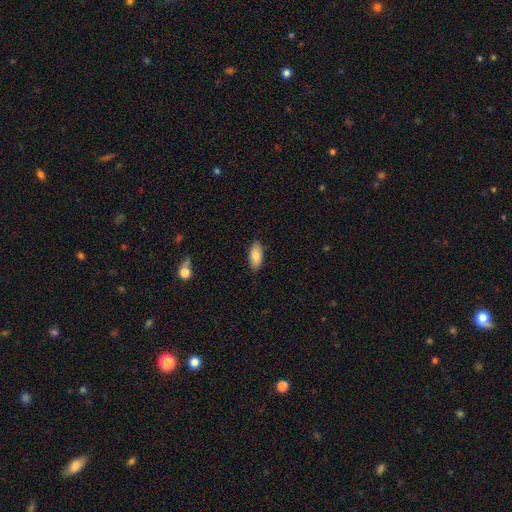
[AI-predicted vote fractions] This appears to be a smooth galaxy with no disk features (84%) that is in between round and cigar-shaped (88%). Merging: none (87%).